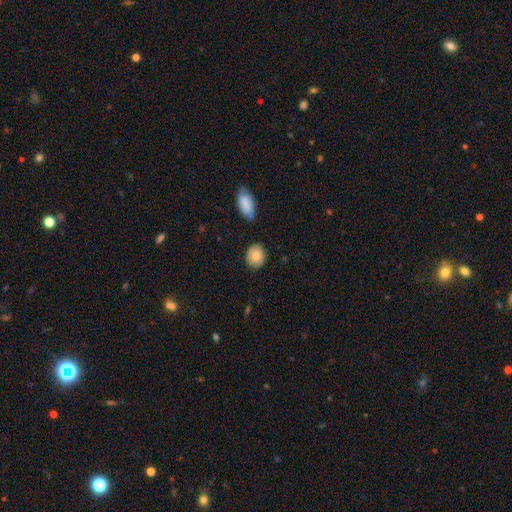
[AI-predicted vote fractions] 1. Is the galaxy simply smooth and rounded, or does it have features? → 84% smooth, 8% featured or disk, 7% star or artifact.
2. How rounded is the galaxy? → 62% round, 36% in between, 1% cigar-shaped.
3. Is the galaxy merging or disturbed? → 81% none, 13% minor disturbance, 3% merger, 3% major disturbance.